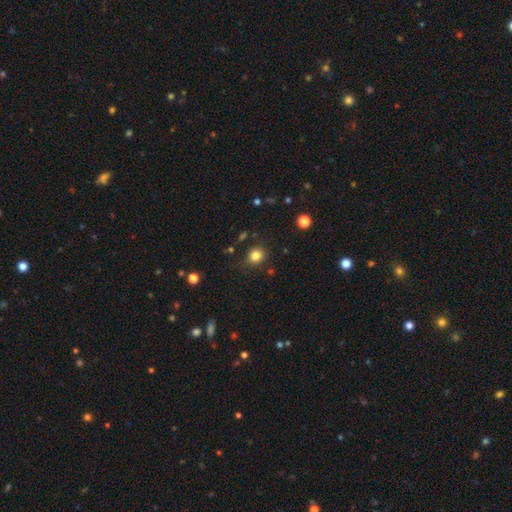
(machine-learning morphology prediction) Overall: smooth (82%). How rounded: round (72%). Merging: none (82%).